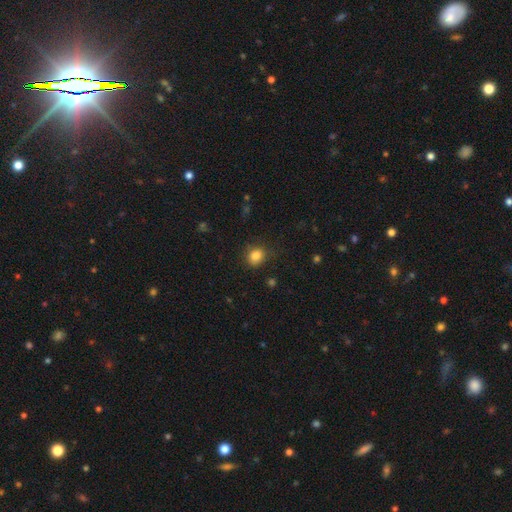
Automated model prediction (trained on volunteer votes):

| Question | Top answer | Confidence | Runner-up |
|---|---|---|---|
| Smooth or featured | smooth | 84% | star or artifact (11%) |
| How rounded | round | 72% | in between (27%) |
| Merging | none | 80% | minor disturbance (14%) |